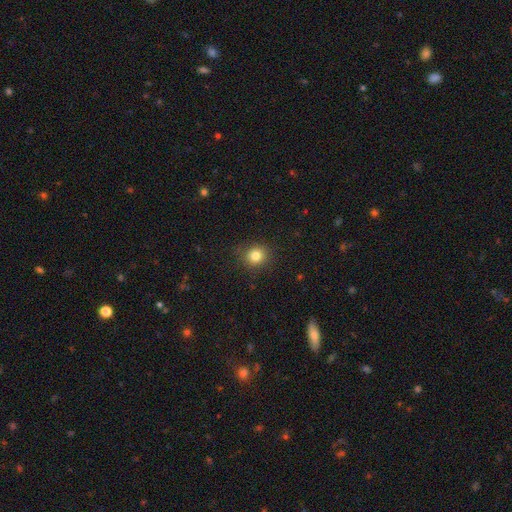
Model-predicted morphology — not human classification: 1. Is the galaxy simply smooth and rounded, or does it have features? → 82% smooth, 12% star or artifact, 6% featured or disk.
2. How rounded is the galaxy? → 86% round, 13% in between, 1% cigar-shaped.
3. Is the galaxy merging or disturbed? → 87% none, 9% minor disturbance, 3% major disturbance, 1% merger.